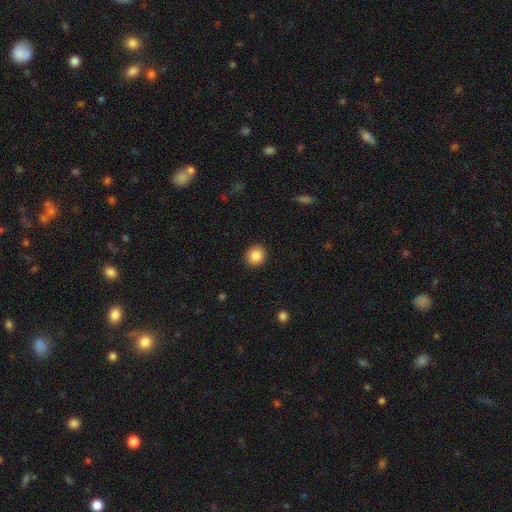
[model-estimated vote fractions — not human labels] Q: Smooth or featured?
A: smooth (86%); runner-up: star or artifact (9%)
Q: How rounded?
A: round (88%); runner-up: in between (11%)
Q: Merging?
A: none (92%); runner-up: minor disturbance (6%)